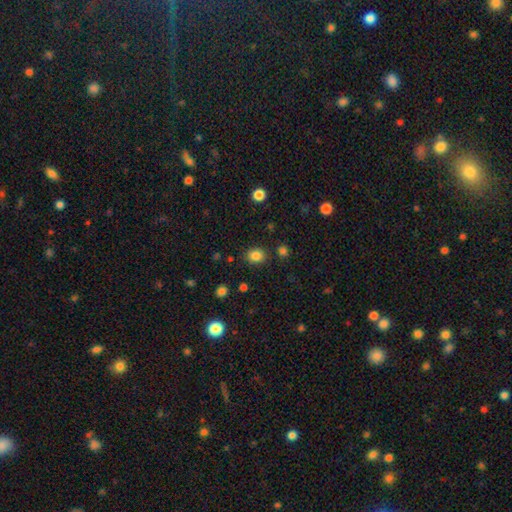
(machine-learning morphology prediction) This appears to be a smooth galaxy with no disk features (84%) that is round (64%). Merging: none (84%).